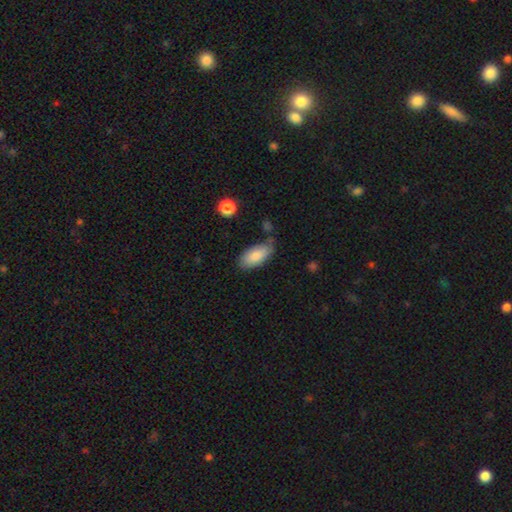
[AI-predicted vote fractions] Smooth or featured?
  - smooth: 84% *
  - featured or disk: 9%
  - star or artifact: 6%
How rounded?
  - in between: 91% *
  - cigar-shaped: 6%
  - round: 2%
Merging?
  - none: 70% *
  - minor disturbance: 21%
  - merger: 5%
  - major disturbance: 4%